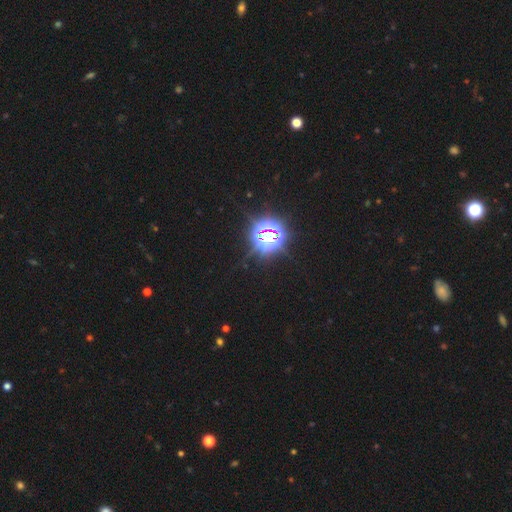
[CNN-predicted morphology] Q: Smooth or featured?
A: star or artifact (78%); runner-up: smooth (17%)